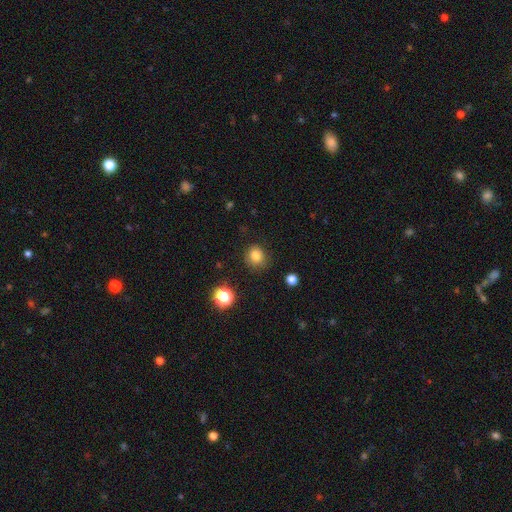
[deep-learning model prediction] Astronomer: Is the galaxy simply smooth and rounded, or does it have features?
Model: smooth — 81%.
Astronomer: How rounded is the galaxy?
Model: round — 79%.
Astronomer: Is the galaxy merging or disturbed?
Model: none — 82%.